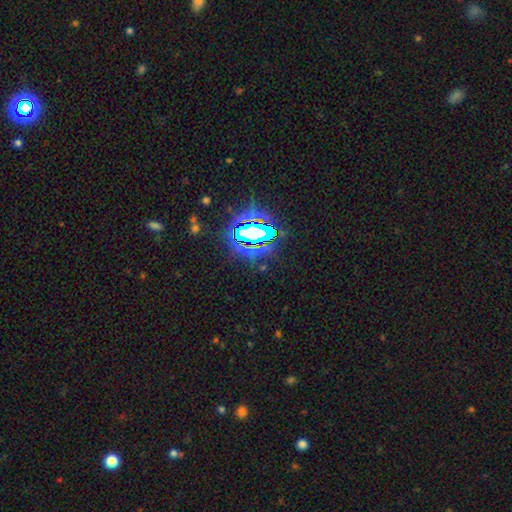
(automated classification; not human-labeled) This appears to be a star or artifact, not a galaxy (84%).